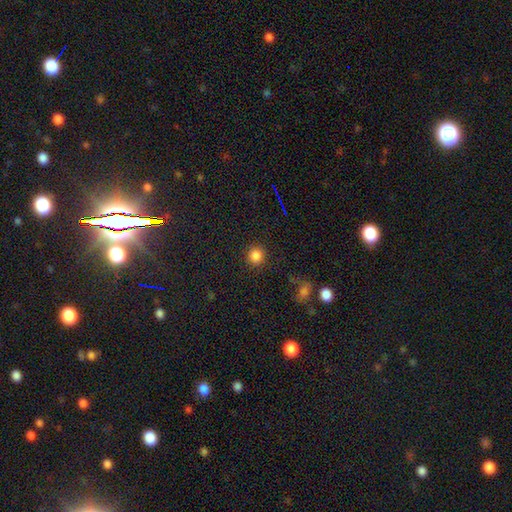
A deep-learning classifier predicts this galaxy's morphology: This appears to be a smooth galaxy with no disk features (84%) that is round (92%). Merging: none (89%).